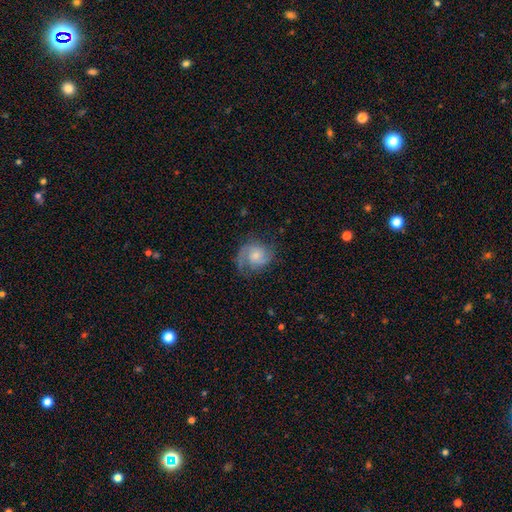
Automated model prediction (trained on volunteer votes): A featured or disk galaxy (66%) with no bar (66%), 2 (62%) medium (46%) spiral arms (93%) and a small central bulge (44%).

Vote fractions:
- Smooth or featured? featured or disk: 66% / smooth: 26% / star or artifact: 7%
- Edge-on disk? no: 98% / yes: 2%
- Bar? no: 66% / weak: 30% / strong: 4%
- Spiral arms? yes: 93% / no: 7%
- Spiral winding? medium: 46% / tight: 31% / loose: 23%
- Spiral arm count? 2: 62% / 1: 20% / can't tell: 11% / 3: 5% / 4: 2% / more than 4: 2%
- Bulge size? small: 44% / moderate: 38% / none: 10% / large: 6% / dominant: 2%
- Merging? none: 62% / minor disturbance: 22% / major disturbance: 15% / merger: 1%